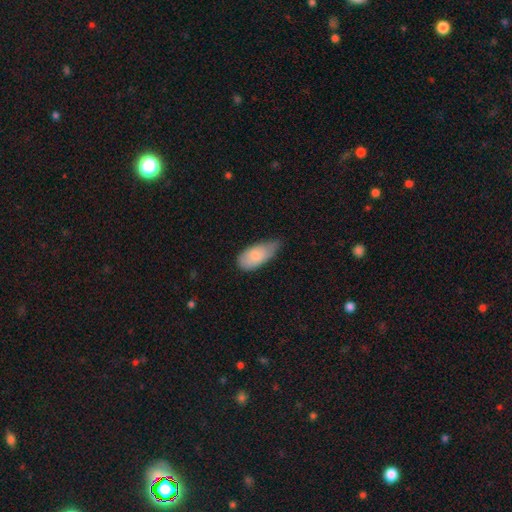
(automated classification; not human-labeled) Q: Smooth or featured?
A: smooth (82%); runner-up: featured or disk (12%)
Q: How rounded?
A: in between (92%); runner-up: cigar-shaped (5%)
Q: Merging?
A: minor disturbance (55%); runner-up: none (30%)